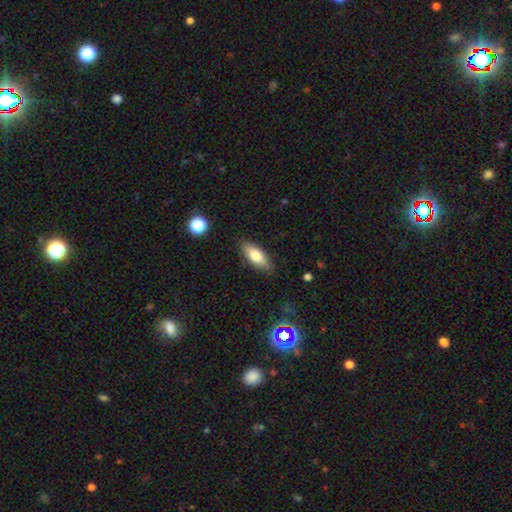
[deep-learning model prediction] smooth-or-featured: smooth: 75% | featured or disk: 18% | star or artifact: 7%
  how-rounded: in between: 79% | cigar-shaped: 18% | round: 3%
  merging: none: 85% | minor disturbance: 12% | major disturbance: 2% | merger: 1%